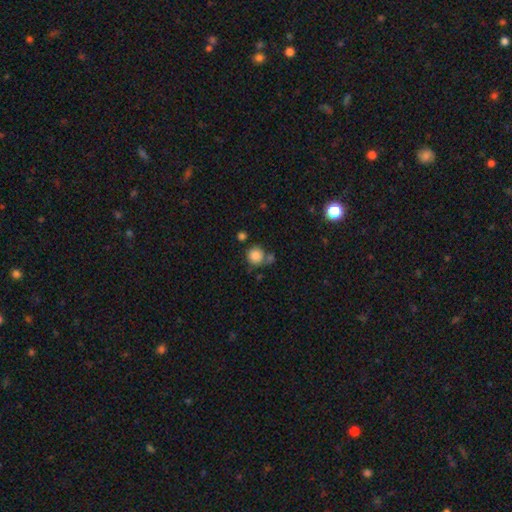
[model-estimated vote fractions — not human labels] This is clearly a smooth galaxy (85%). How rounded: clearly round (91%). Merging: likely none (63%).